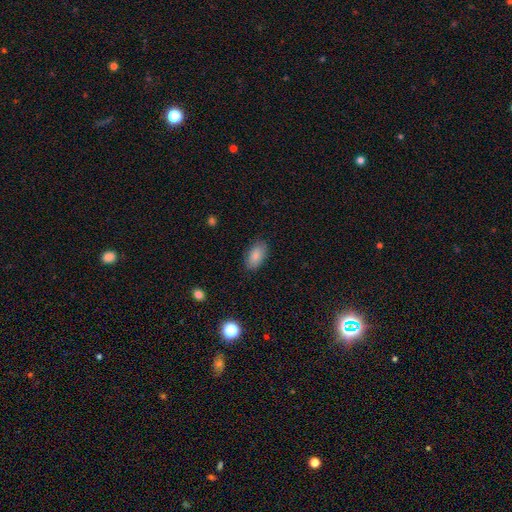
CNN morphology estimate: smooth 86%, featured or disk 7%, star or artifact 7%. Down the decision tree: how rounded — in between (93%); merging — none (85%).